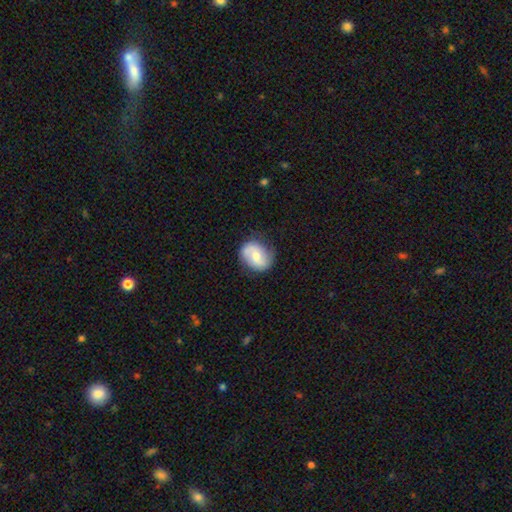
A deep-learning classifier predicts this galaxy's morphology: A featured or disk galaxy (52%) with no bar (49%), spiral arms (83%) and a moderate central bulge (60%). Merging: none (75%).